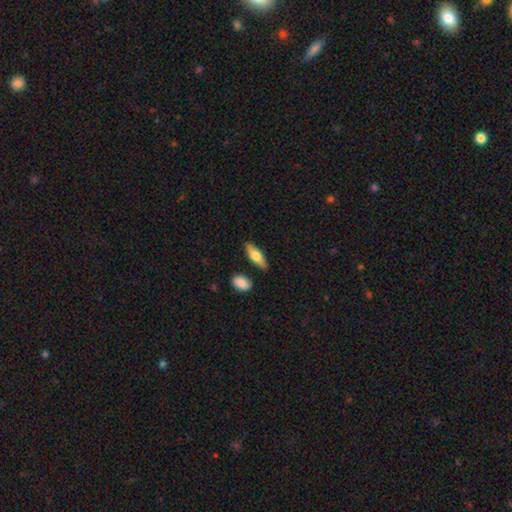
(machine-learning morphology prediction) Q: Smooth or featured?
A: smooth (60%); runner-up: featured or disk (34%)
Q: How rounded?
A: in between (59%); runner-up: cigar-shaped (38%)
Q: Merging?
A: none (82%); runner-up: minor disturbance (12%)